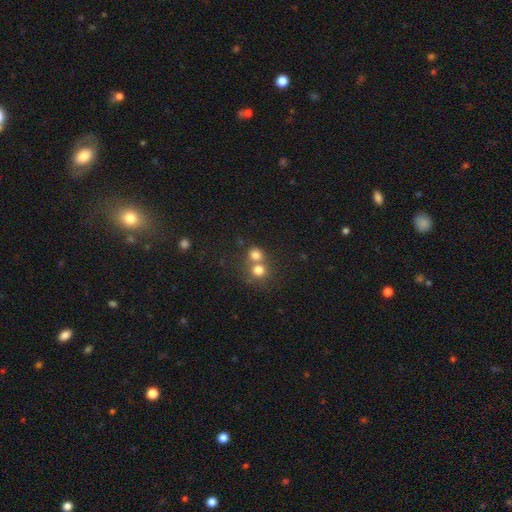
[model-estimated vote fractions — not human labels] Overall: smooth (76%). How rounded: round (83%). Merging: merger (51%; none 40%).